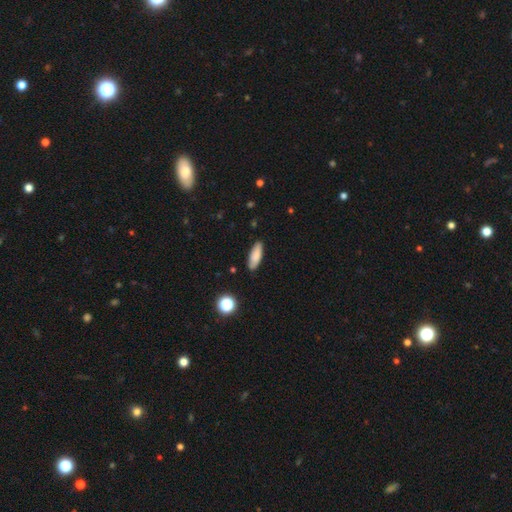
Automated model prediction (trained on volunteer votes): smooth_or_featured: smooth (p=0.83) [alt: featured or disk p=0.09]
how_rounded: in between (p=0.59) [alt: cigar-shaped p=0.39]
merging: none (p=0.86) [alt: minor disturbance p=0.11]